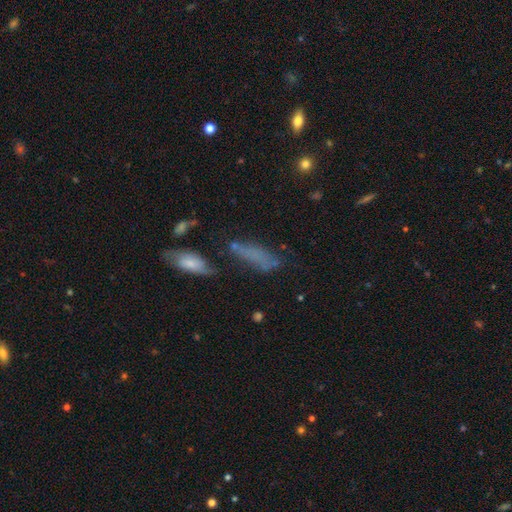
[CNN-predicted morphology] Overall: smooth (62%). How rounded: in between (50%; cigar-shaped 45%). Merging: none (45%; minor disturbance 25%).